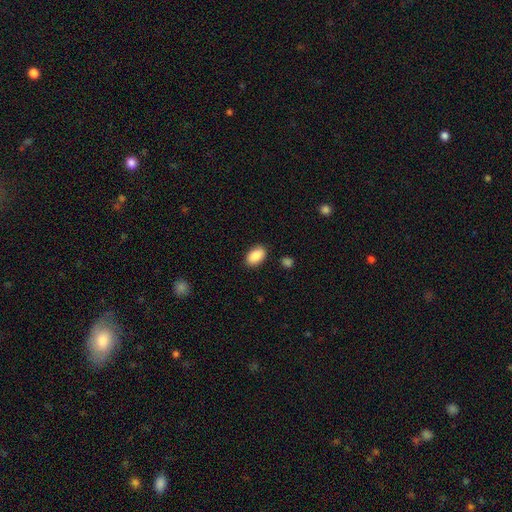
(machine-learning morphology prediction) Smooth or featured? smooth (89%)
How rounded? in between (92%)
Merging? none (87%)